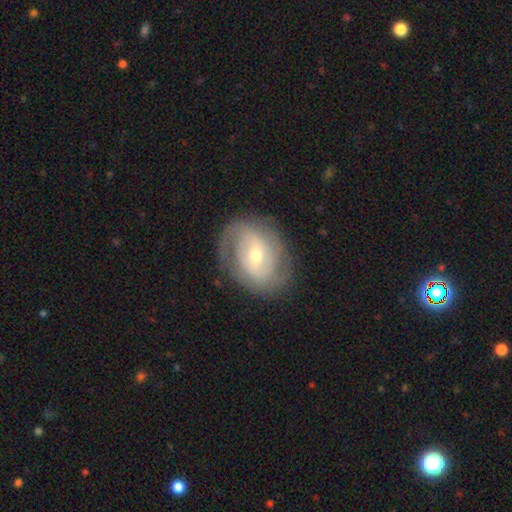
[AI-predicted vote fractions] Smooth or featured: featured or disk — 74% (smooth — 21%)
Edge-on disk: no — 96% (yes — 4%)
Bar: weak — 43% (no — 38%)
Spiral arms: yes — 82% (no — 18%)
Spiral winding: tight — 51% (medium — 35%)
Spiral arm count: 2 — 59% (can't tell — 24%)
Bulge size: moderate — 53% (small — 42%)
Merging: none — 77% (minor disturbance — 15%)